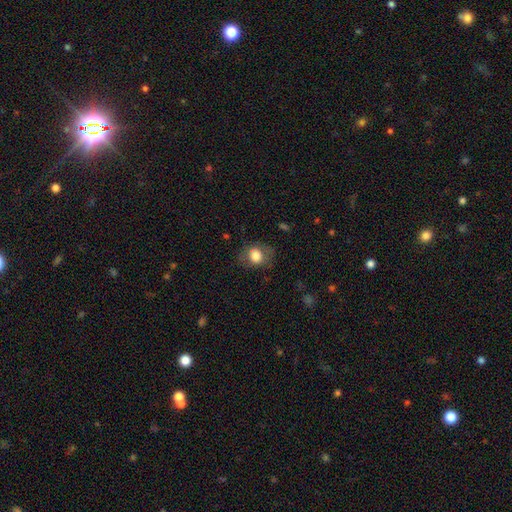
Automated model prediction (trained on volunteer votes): smooth-or-featured: smooth: 78% | featured or disk: 14% | star or artifact: 9%
  how-rounded: round: 58% | in between: 41% | cigar-shaped: 1%
  merging: none: 73% | minor disturbance: 18% | major disturbance: 8% | merger: 1%